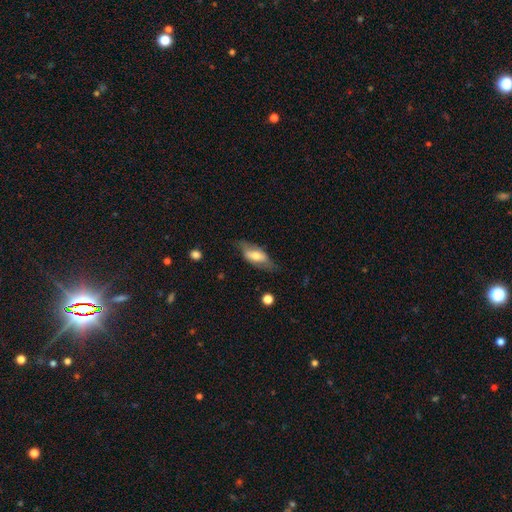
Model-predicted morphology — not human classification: Smooth or featured?
  - smooth: 48% *
  - featured or disk: 46%
  - star or artifact: 6%
Merging?
  - none: 65% *
  - minor disturbance: 23%
  - major disturbance: 10%
  - merger: 2%